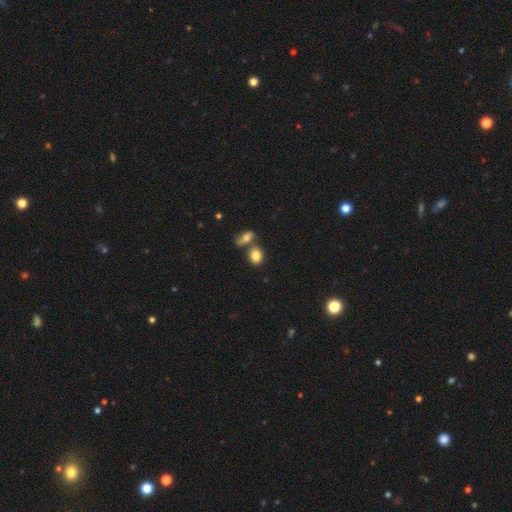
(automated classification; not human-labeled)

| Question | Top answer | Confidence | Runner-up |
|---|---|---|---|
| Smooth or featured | smooth | 83% | star or artifact (9%) |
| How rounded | in between | 59% | round (39%) |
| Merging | none | 53% | merger (33%) |